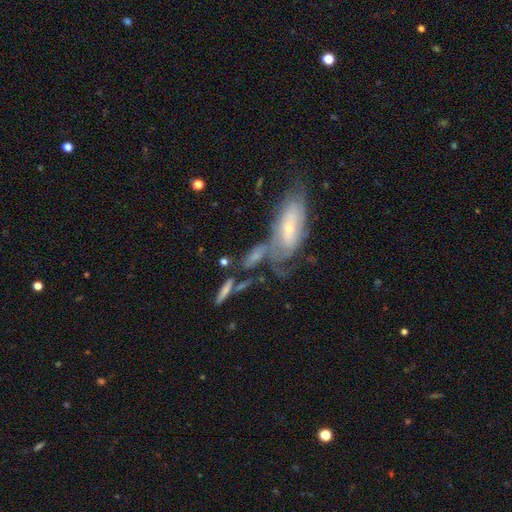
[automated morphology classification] type=featured or disk (45%, tied with smooth); merging=merger (42%).